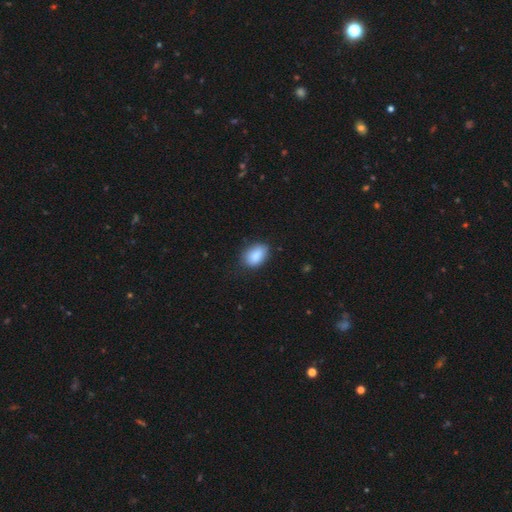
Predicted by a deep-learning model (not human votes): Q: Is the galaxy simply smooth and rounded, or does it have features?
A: smooth — 88%.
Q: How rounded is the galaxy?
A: in between — 85%.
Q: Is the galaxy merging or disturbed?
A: none — 77%.